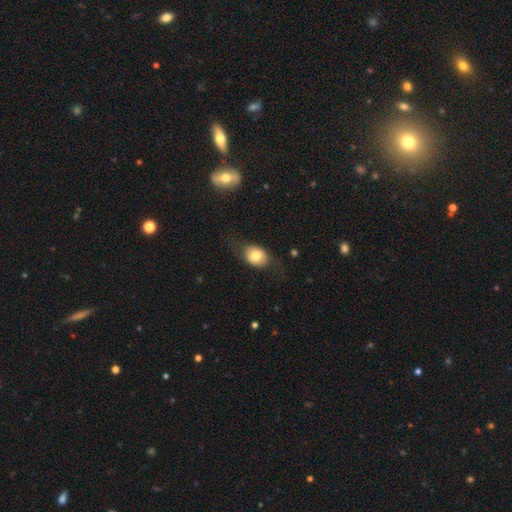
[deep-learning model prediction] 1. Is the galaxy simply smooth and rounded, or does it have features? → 69% smooth, 23% featured or disk, 7% star or artifact.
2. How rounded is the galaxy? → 57% in between, 41% round, 2% cigar-shaped.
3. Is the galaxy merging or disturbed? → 69% none, 19% minor disturbance, 10% major disturbance, 2% merger.